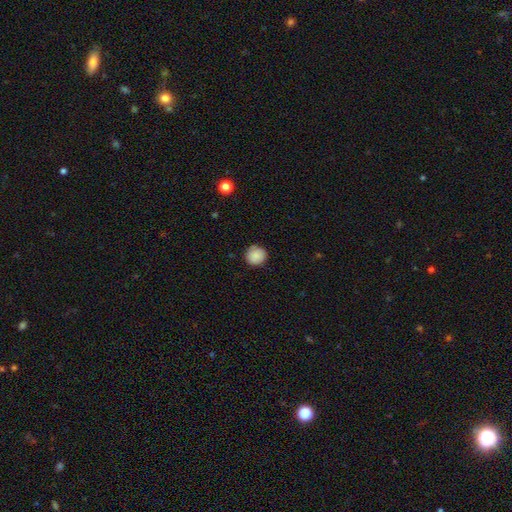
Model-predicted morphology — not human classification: Smooth or featured?
  - smooth: 87% *
  - star or artifact: 8%
  - featured or disk: 5%
How rounded?
  - round: 91% *
  - in between: 8%
  - cigar-shaped: 1%
Merging?
  - none: 85% *
  - minor disturbance: 12%
  - major disturbance: 2%
  - merger: 1%